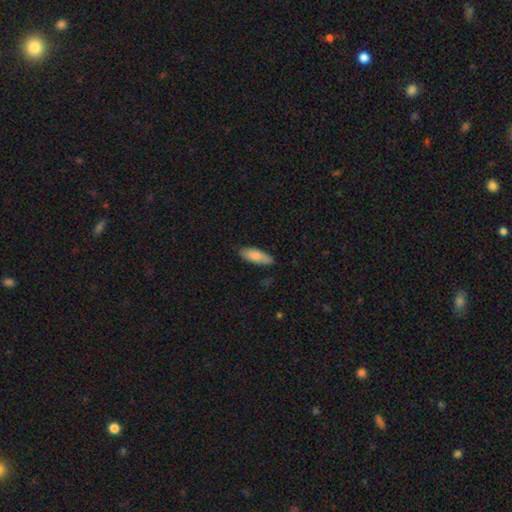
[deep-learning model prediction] Overall: smooth (82%). How rounded: in between (70%). Merging: none (84%).